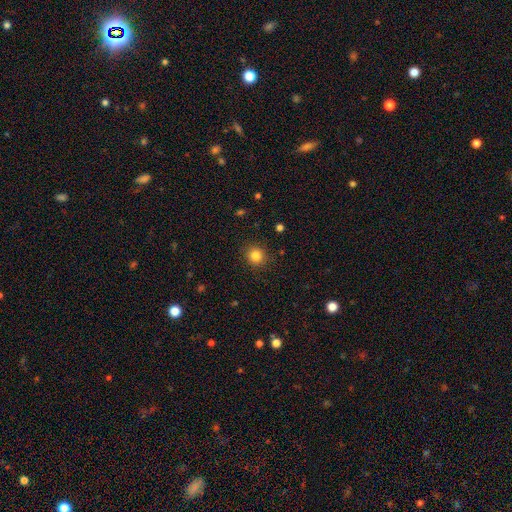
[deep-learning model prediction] The model was most divided on "smooth or featured": smooth: 83%, star or artifact: 12%, featured or disk: 5%. More confident: how rounded — round (90%); merging — none (90%).